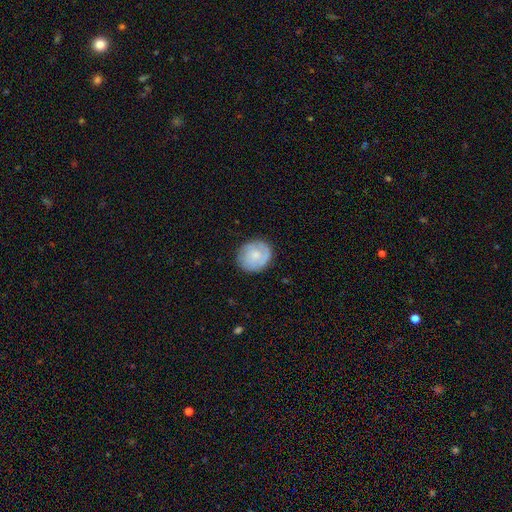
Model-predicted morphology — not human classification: Smooth or featured: smooth — 58% (featured or disk — 36%)
How rounded: round — 82% (in between — 17%)
Merging: none — 80% (minor disturbance — 15%)